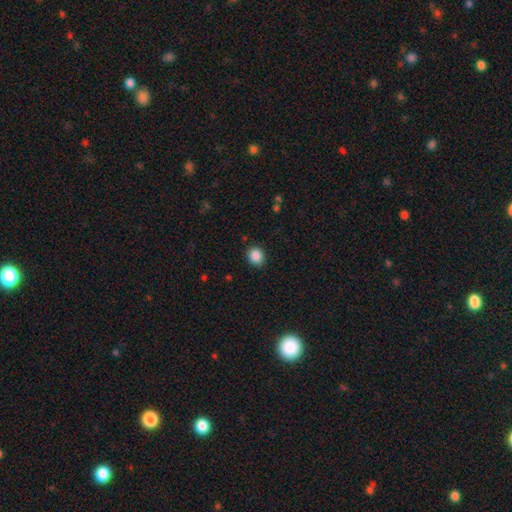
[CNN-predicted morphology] type=smooth (87%); roundness=round (73%); merging=none (90%).